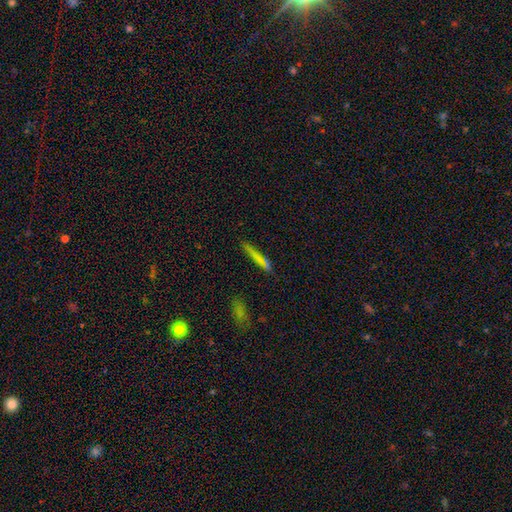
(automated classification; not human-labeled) Smooth or featured: smooth — 67% (featured or disk — 23%)
How rounded: cigar-shaped — 93% (in between — 5%)
Merging: none — 78% (minor disturbance — 13%)